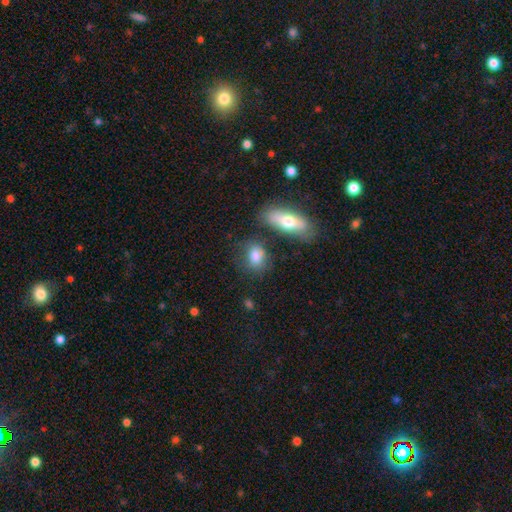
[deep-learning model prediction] Overall: smooth (80%). How rounded: in between (67%; round 29%). Merging: none (60%).